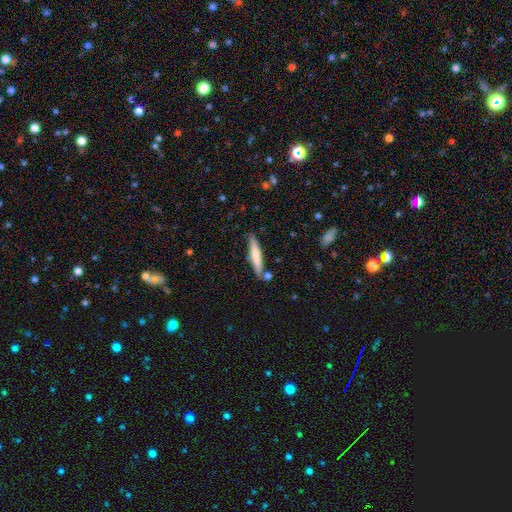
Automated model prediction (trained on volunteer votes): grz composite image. It shows a smooth galaxy with no disk features (69%) that is cigar-shaped (91%). Merging: none (80%).